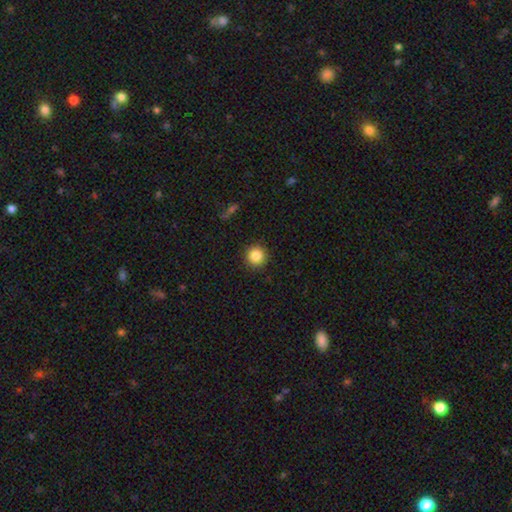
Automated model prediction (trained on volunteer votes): Q: Smooth or featured?
A: smooth (86%); runner-up: star or artifact (10%)
Q: How rounded?
A: round (95%); runner-up: in between (4%)
Q: Merging?
A: none (91%); runner-up: minor disturbance (6%)